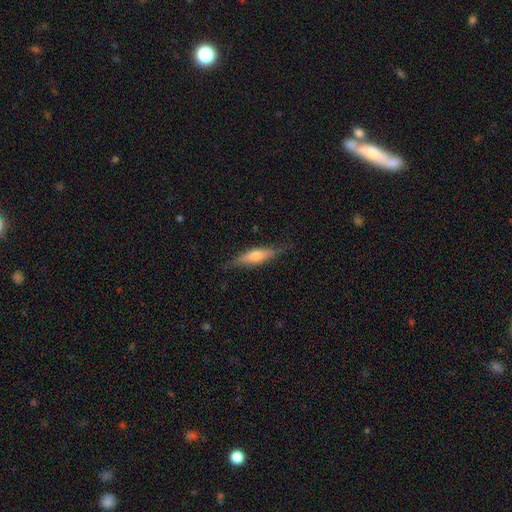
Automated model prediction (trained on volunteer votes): Smooth or featured? Predicted: featured or disk (p=0.58). Edge-on disk? Predicted: yes (p=0.92). Edge-on bulge? Predicted: rounded (p=0.85). Merging? Predicted: none (p=0.81).